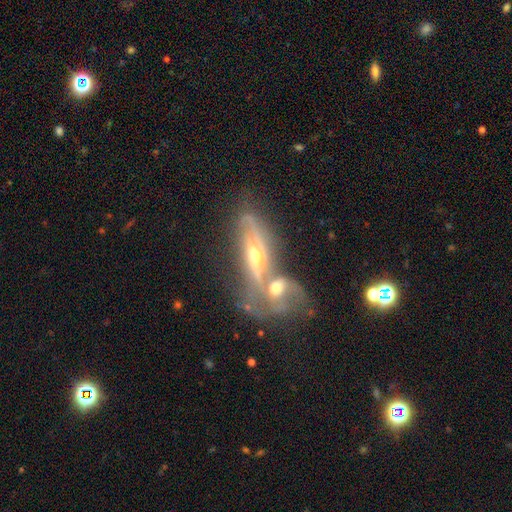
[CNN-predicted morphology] smooth-or-featured: featured or disk: 71% | smooth: 20% | star or artifact: 8%
  disk-edge-on: no: 64% | yes: 36%
  merging: merger: 60% | none: 24% | minor disturbance: 10% | major disturbance: 6%